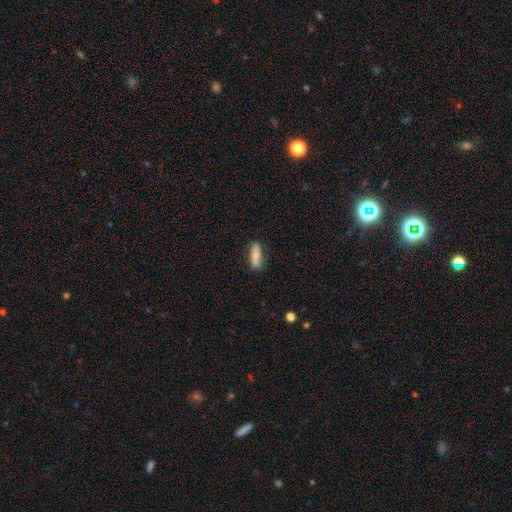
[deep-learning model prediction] Smooth or featured?
  - smooth: 75% *
  - featured or disk: 18%
  - star or artifact: 7%
How rounded?
  - in between: 59% *
  - cigar-shaped: 38%
  - round: 3%
Merging?
  - none: 78% *
  - minor disturbance: 17%
  - major disturbance: 4%
  - merger: 2%